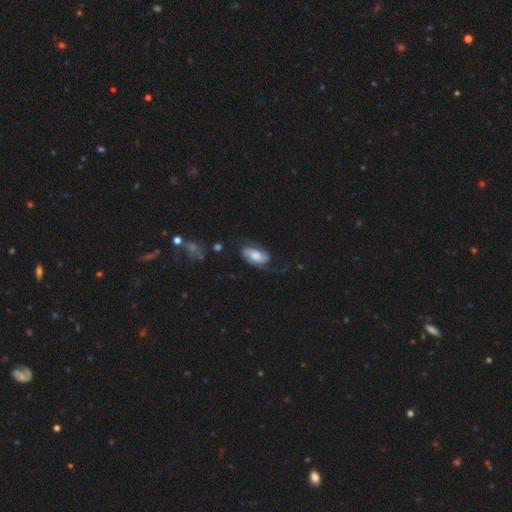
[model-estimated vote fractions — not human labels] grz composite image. It shows a featured or disk galaxy (73%) with no bar (51%), 2 (85%) medium (43%) spiral arms (93%) and a moderate central bulge (40%). Merging: none (59%).